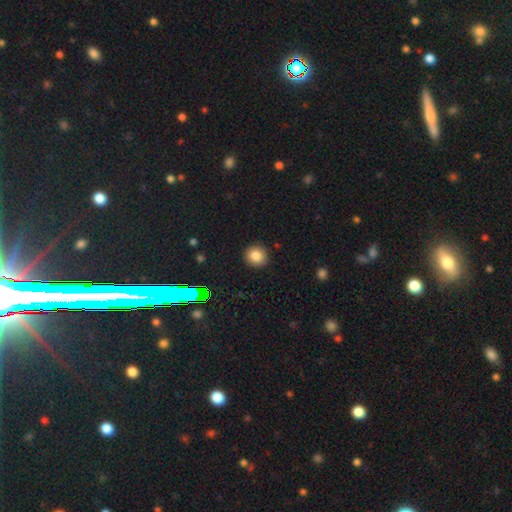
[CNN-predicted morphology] A smooth galaxy with no disk features (82%) that is round (91%). Merging: none (91%).